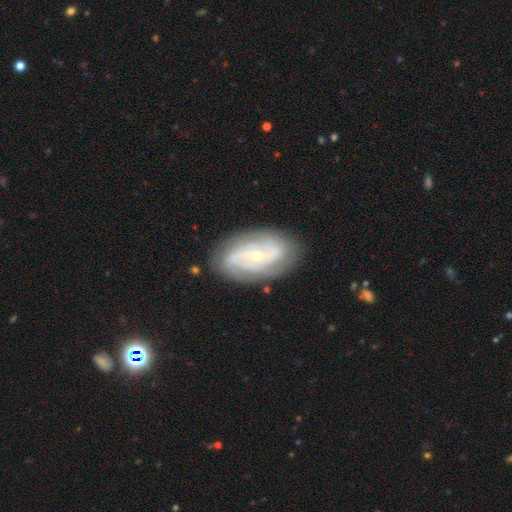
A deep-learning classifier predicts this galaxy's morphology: type=featured or disk (84%); edge-on=no (96%); bar=no (56%); spiral arms=yes (95%); winding=tight (52%); arm count=2 (44%); bulge=small (73%); merging=none (80%).